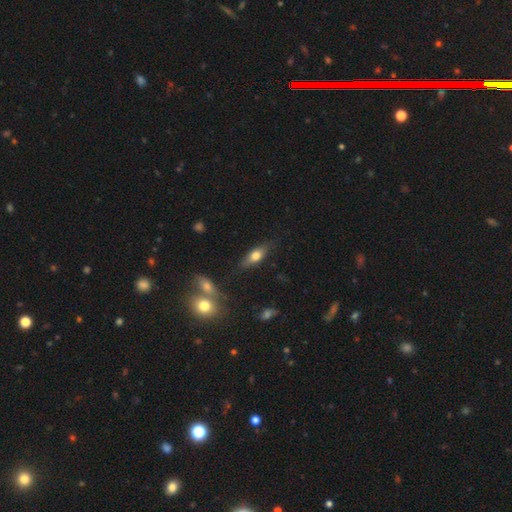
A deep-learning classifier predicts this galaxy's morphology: type=smooth (66%); roundness=in between (68%); merging=none (78%).